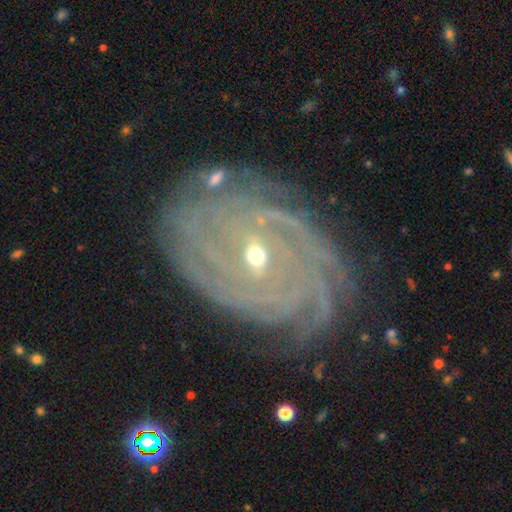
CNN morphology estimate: featured or disk 87%, star or artifact 8%, smooth 5%. Down the decision tree: edge-on disk — no (96%); bar — no (51%); spiral arms — yes (98%); spiral arm count — more than 4 (28%); spiral winding — tight (84%); bulge size — small (63%); merging — none (82%).